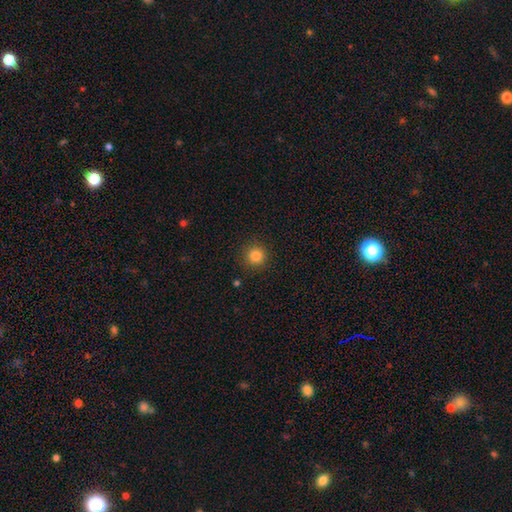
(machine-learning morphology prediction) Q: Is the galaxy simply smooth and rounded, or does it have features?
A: smooth — 84%.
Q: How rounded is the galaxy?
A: round — 95%.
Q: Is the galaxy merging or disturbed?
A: none — 90%.